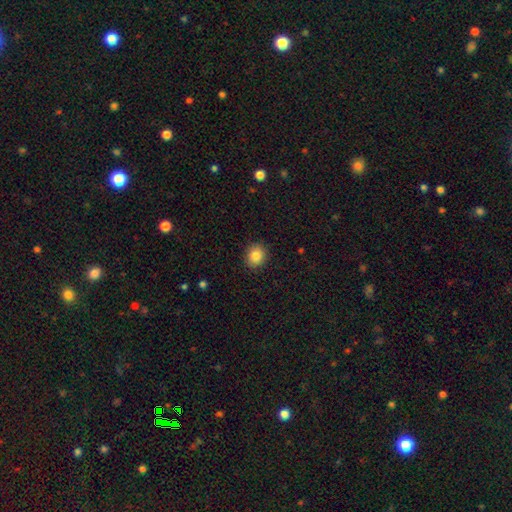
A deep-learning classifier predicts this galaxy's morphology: Smooth or featured?
  - smooth: 85% *
  - star or artifact: 10%
  - featured or disk: 5%
How rounded?
  - round: 75% *
  - in between: 24%
  - cigar-shaped: 1%
Merging?
  - none: 90% *
  - minor disturbance: 7%
  - major disturbance: 2%
  - merger: 1%